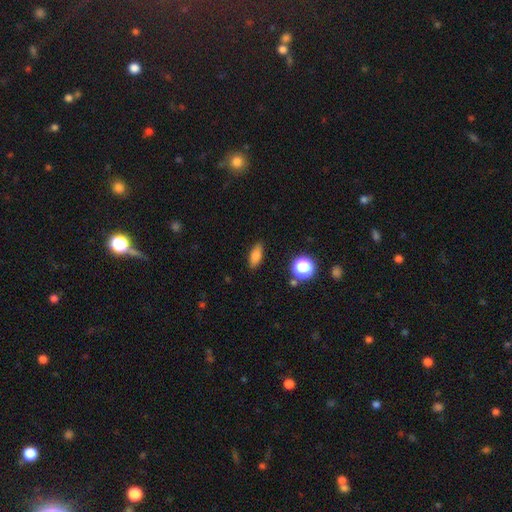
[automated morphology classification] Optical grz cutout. It shows a smooth galaxy with no disk features (78%) that is in between round and cigar-shaped (75%). Merging: none (84%).